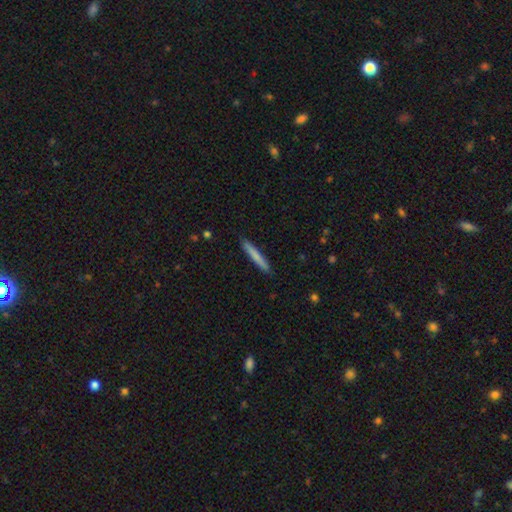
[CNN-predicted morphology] This is likely a smooth galaxy (75%). How rounded: clearly cigar-shaped (96%). Merging: clearly none (91%).